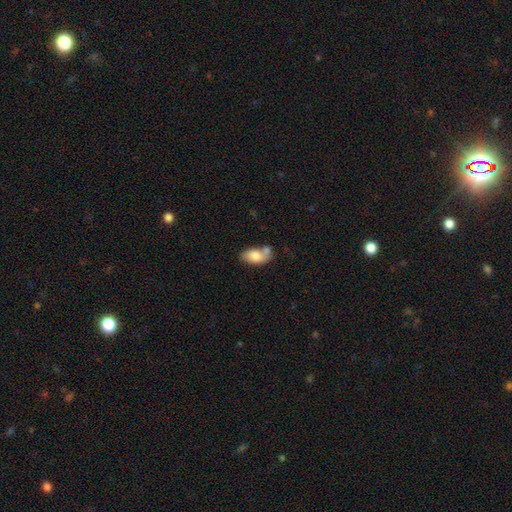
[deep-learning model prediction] Morphology: type=smooth (76%); roundness=in between (92%); merging=none (39%).